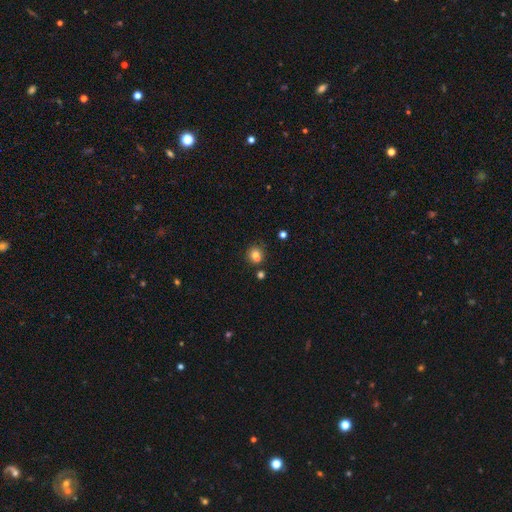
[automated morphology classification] Smooth or featured? Predicted: smooth (p=0.77). How rounded? Predicted: round (p=0.77). Merging? Predicted: none (p=0.59).